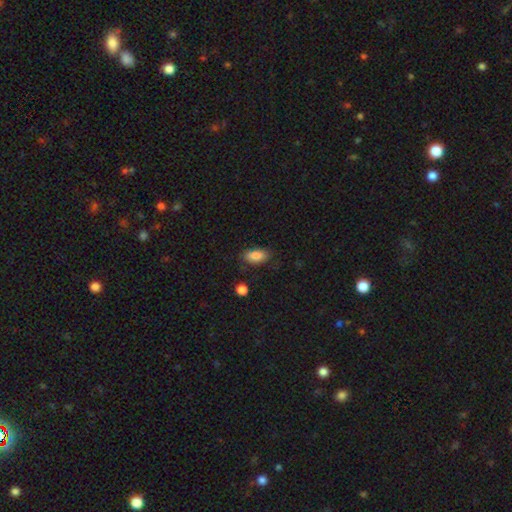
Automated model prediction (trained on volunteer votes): This is clearly a smooth galaxy (84%). How rounded: clearly in between (88%). Merging: likely none (78%).